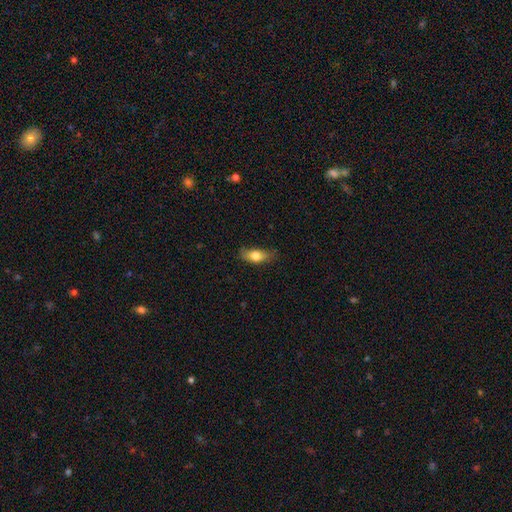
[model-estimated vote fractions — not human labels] smooth 72%, featured or disk 21%, star or artifact 7%. Down the decision tree: how rounded — in between (74%); merging — none (67%).